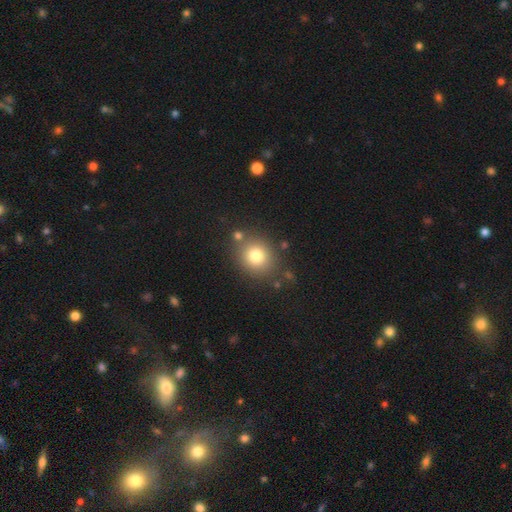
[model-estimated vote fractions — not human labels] Smooth or featured? smooth (79%)
How rounded? round (77%)
Merging? none (78%)